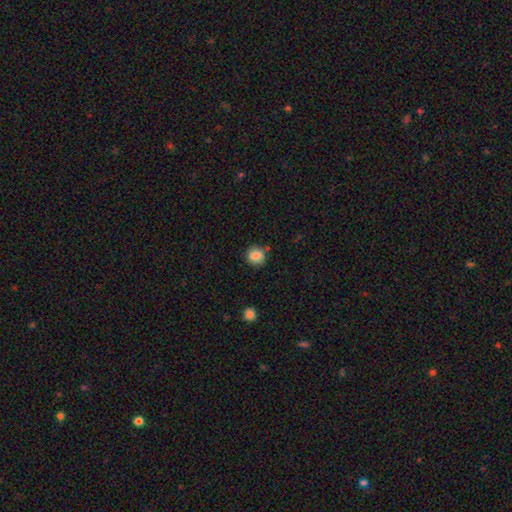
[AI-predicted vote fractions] Q: Smooth or featured?
A: smooth (84%); runner-up: star or artifact (10%)
Q: How rounded?
A: round (83%); runner-up: in between (16%)
Q: Merging?
A: none (80%); runner-up: minor disturbance (12%)